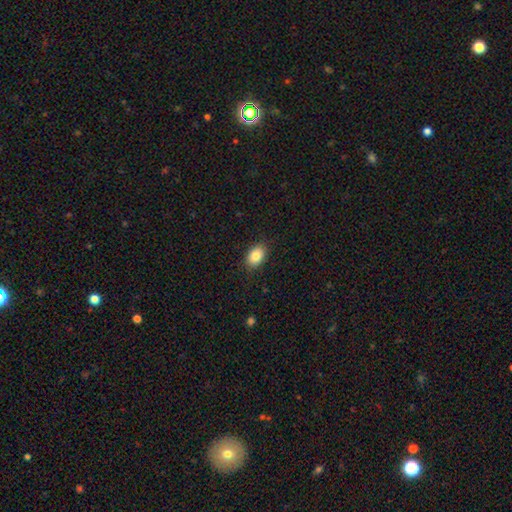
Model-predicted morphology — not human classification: Smooth or featured: smooth — 84% (star or artifact — 8%)
How rounded: in between — 83% (round — 16%)
Merging: none — 87% (minor disturbance — 10%)